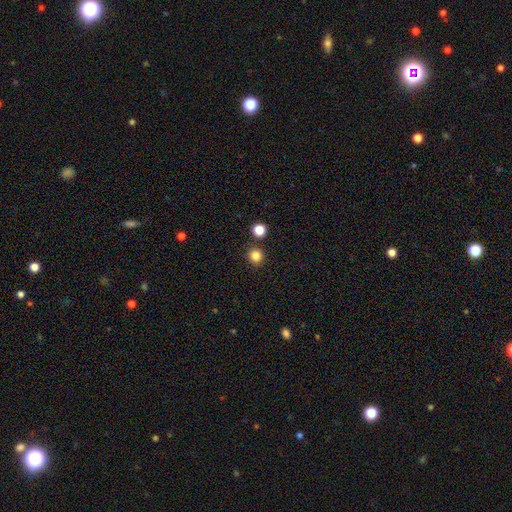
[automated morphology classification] The model was most divided on "smooth or featured": smooth: 83%, star or artifact: 13%, featured or disk: 4%. More confident: how rounded — round (94%); merging — none (88%).